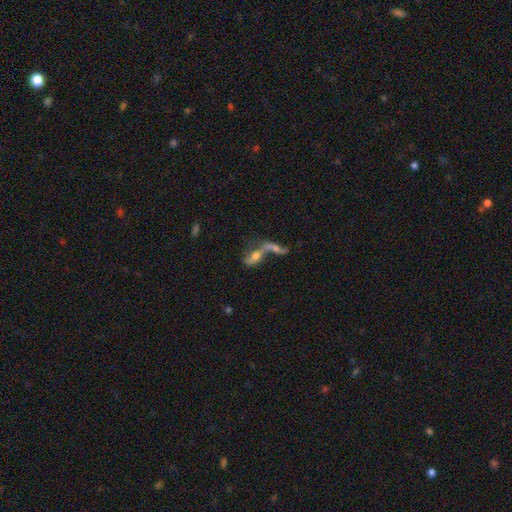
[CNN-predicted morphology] smooth_or_featured: featured or disk (p=0.53) [alt: smooth p=0.31]
disk_edge_on: no (p=0.78) [alt: yes p=0.22]
merging: merger (p=0.66) [alt: none p=0.16]